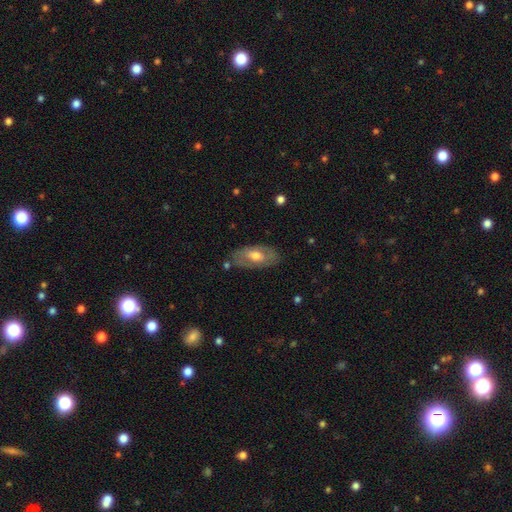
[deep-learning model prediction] A featured or disk galaxy (47%, tied with smooth). Merging: none (74%).